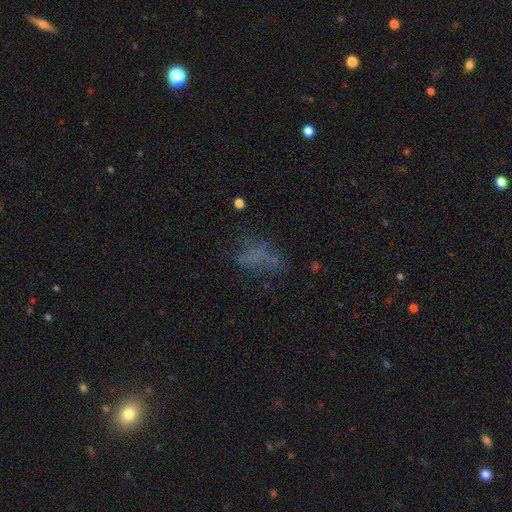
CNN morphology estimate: Smooth or featured?
  - smooth: 44% *
  - featured or disk: 31%
  - star or artifact: 25%
Merging?
  - none: 48% *
  - major disturbance: 26%
  - minor disturbance: 20%
  - merger: 7%